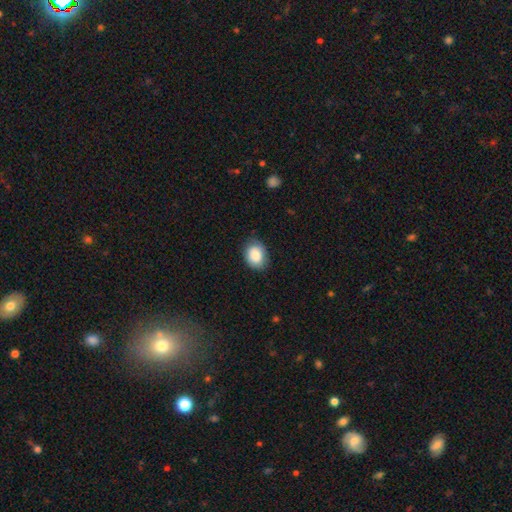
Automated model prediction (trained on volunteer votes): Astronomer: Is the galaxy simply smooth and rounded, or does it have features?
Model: smooth — 86%.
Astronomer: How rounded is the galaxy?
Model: in between — 64%.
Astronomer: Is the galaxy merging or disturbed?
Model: none — 77%.